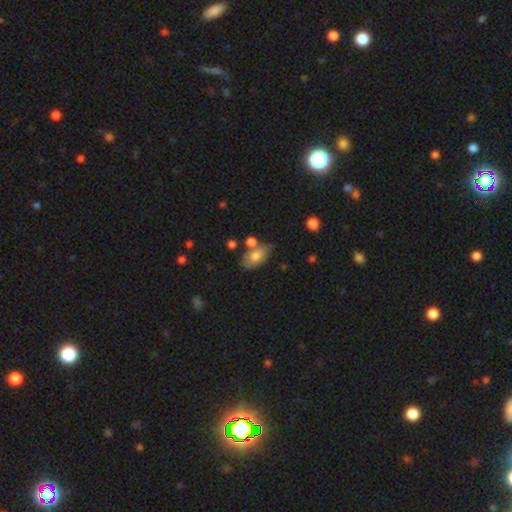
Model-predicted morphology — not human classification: Smooth or featured?
  - smooth: 75% *
  - featured or disk: 17%
  - star or artifact: 8%
How rounded?
  - in between: 89% *
  - round: 7%
  - cigar-shaped: 3%
Merging?
  - none: 57% *
  - minor disturbance: 20%
  - merger: 17%
  - major disturbance: 6%